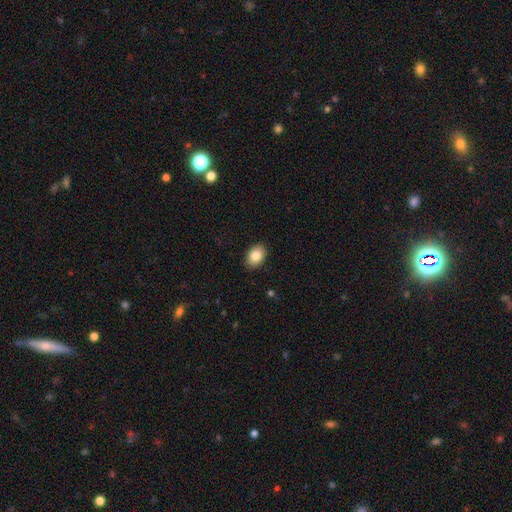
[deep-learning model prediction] Smooth or featured? Predicted: smooth (p=0.85). How rounded? Predicted: in between (p=0.82). Merging? Predicted: none (p=0.90).